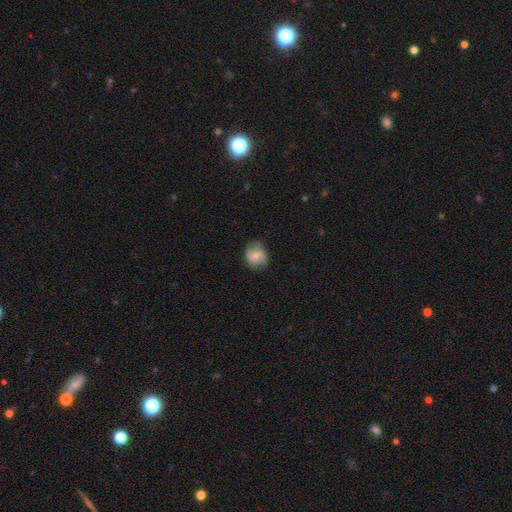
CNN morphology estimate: This appears to be a smooth galaxy with no disk features (56%) that is round (69%). Merging: none (72%).